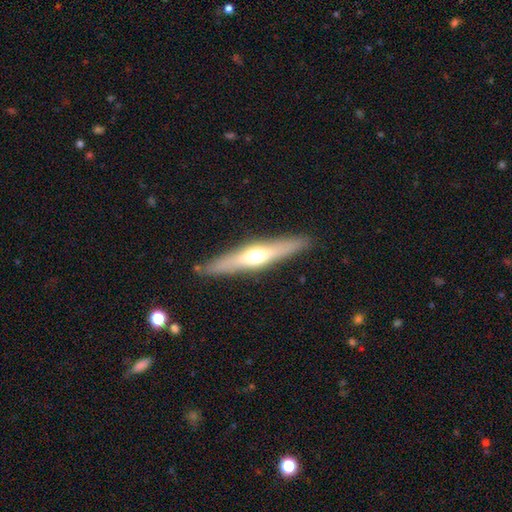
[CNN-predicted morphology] Smooth or featured? Predicted: featured or disk (p=0.59). Edge-on disk? Predicted: yes (p=0.92). Edge-on bulge? Predicted: rounded (p=0.89). Merging? Predicted: none (p=0.89).